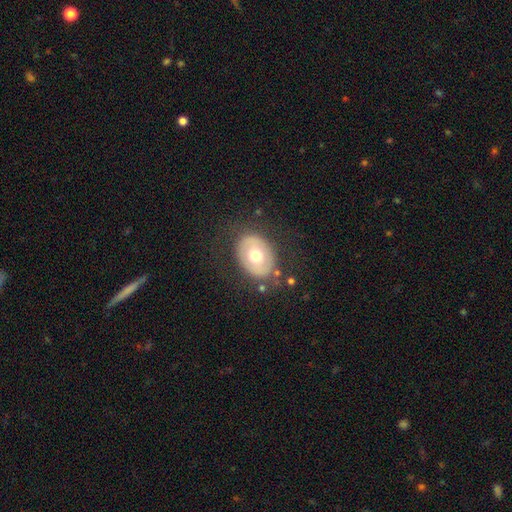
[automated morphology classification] A smooth galaxy with no disk features (54%) that is in between round and cigar-shaped (67%).

Vote fractions:
- Smooth or featured? smooth: 54% / featured or disk: 39% / star or artifact: 7%
- How rounded? in between: 67% / round: 32% / cigar-shaped: 1%
- Merging? none: 78% / minor disturbance: 13% / major disturbance: 7% / merger: 2%